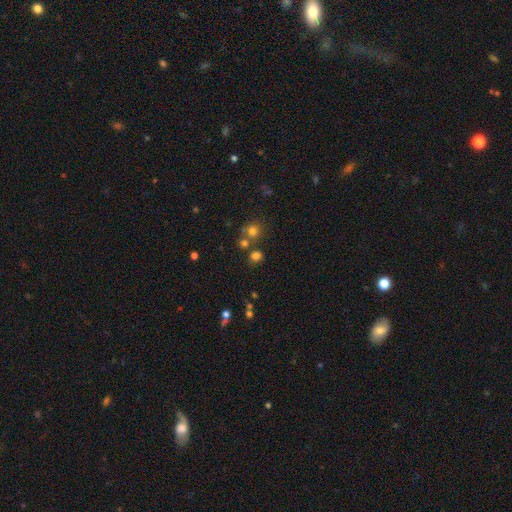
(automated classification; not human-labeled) The model was most divided on "smooth or featured": smooth: 71%, star or artifact: 22%, featured or disk: 7%. More confident: how rounded — round (76%); merging — none (69%).